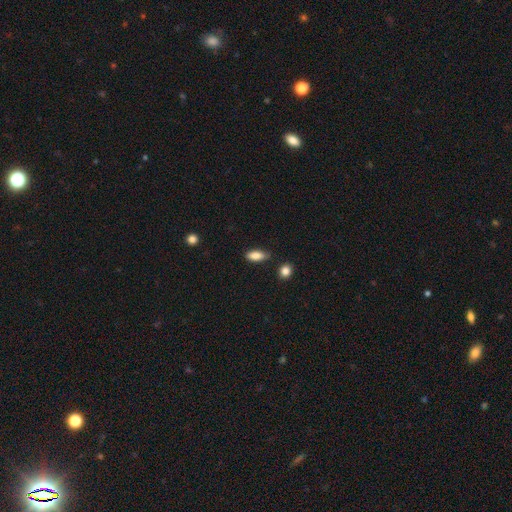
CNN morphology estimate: A smooth galaxy with no disk features (86%) that is in between round and cigar-shaped (82%).

Vote fractions:
- Smooth or featured? smooth: 86% / star or artifact: 7% / featured or disk: 7%
- How rounded? in between: 82% / cigar-shaped: 15% / round: 3%
- Merging? none: 77% / minor disturbance: 17% / major disturbance: 3% / merger: 3%